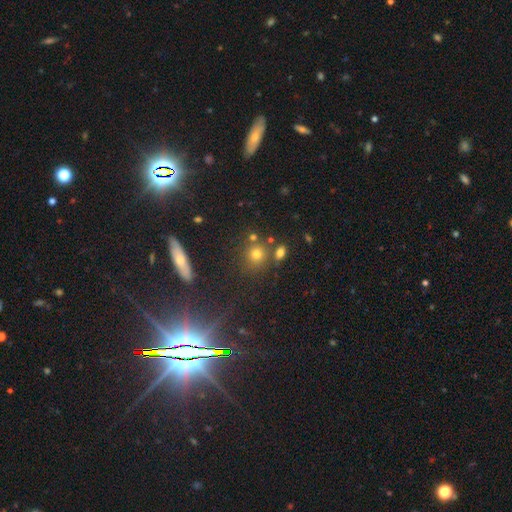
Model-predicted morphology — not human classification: Smooth or featured? star or artifact (46%)